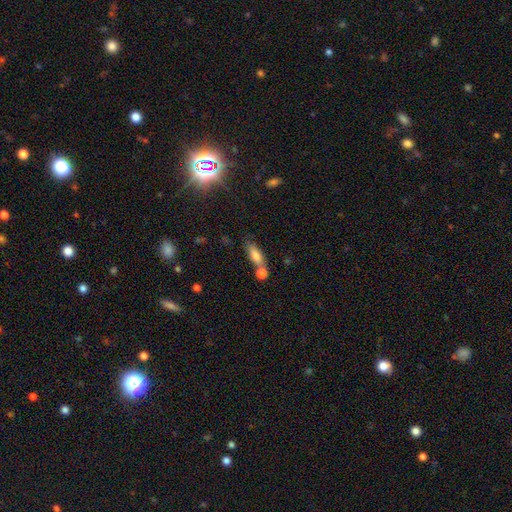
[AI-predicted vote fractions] smooth 77%, featured or disk 15%, star or artifact 9%. Down the decision tree: how rounded — in between (63%); merging — none (48%).